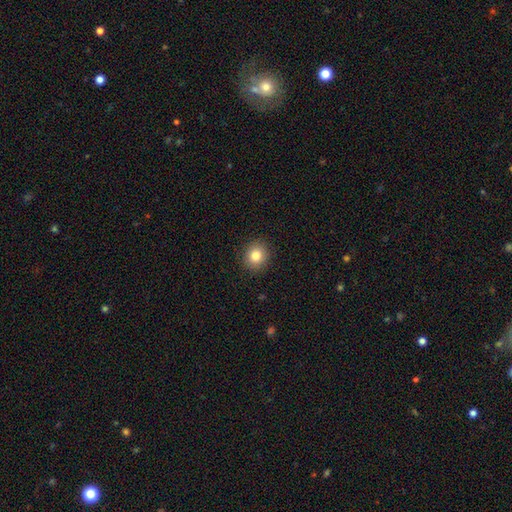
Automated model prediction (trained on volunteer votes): Smooth or featured?
  - smooth: 83% *
  - star or artifact: 10%
  - featured or disk: 7%
How rounded?
  - round: 84% *
  - in between: 15%
  - cigar-shaped: 1%
Merging?
  - none: 91% *
  - minor disturbance: 6%
  - major disturbance: 2%
  - merger: 1%